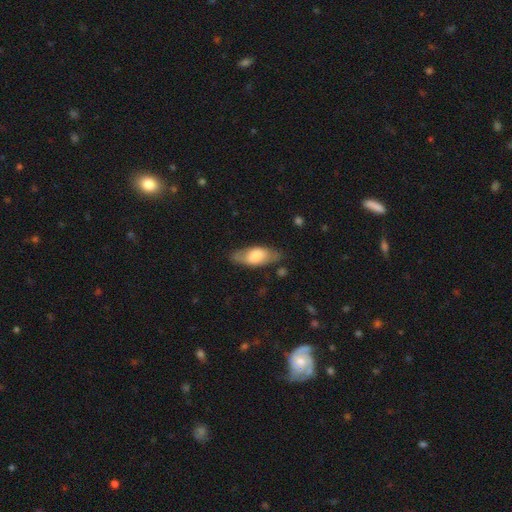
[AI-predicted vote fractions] This appears to be a smooth galaxy with no disk features (63%) that is in between round and cigar-shaped (81%). Merging: none (76%).